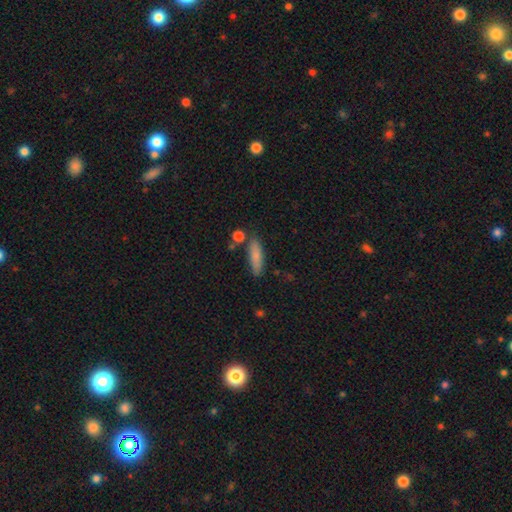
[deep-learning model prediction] smooth_or_featured: smooth (p=0.81) [alt: featured or disk p=0.12]
how_rounded: cigar-shaped (p=0.59) [alt: in between p=0.38]
merging: none (p=0.77) [alt: minor disturbance p=0.13]